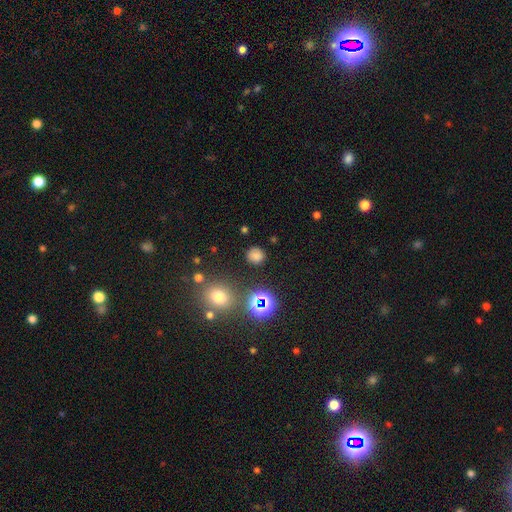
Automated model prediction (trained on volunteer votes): smooth-or-featured: smooth: 70% | star or artifact: 24% | featured or disk: 6%
  how-rounded: round: 86% | in between: 13% | cigar-shaped: 1%
  merging: none: 85% | minor disturbance: 9% | major disturbance: 3% | merger: 3%